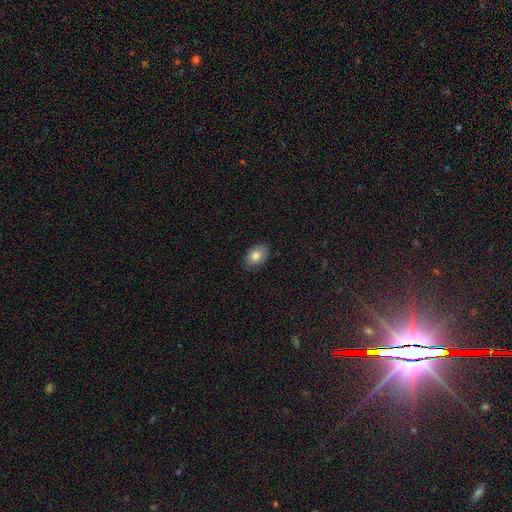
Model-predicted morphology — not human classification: Smooth or featured?
  - smooth: 82% *
  - featured or disk: 11%
  - star or artifact: 8%
How rounded?
  - in between: 84% *
  - round: 15%
  - cigar-shaped: 1%
Merging?
  - none: 83% *
  - minor disturbance: 14%
  - major disturbance: 2%
  - merger: 1%